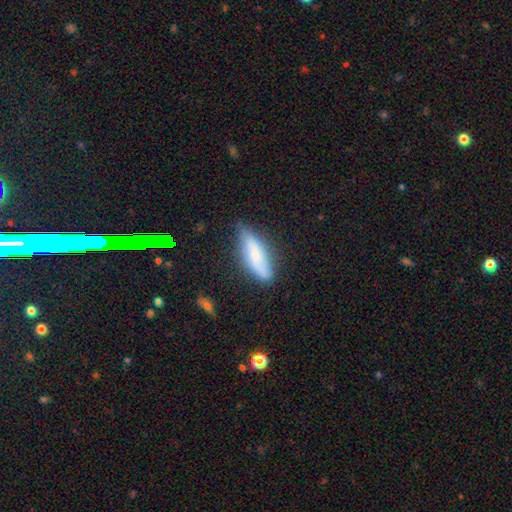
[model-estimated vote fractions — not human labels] smooth-or-featured: smooth: 62% | featured or disk: 30% | star or artifact: 8%
  how-rounded: cigar-shaped: 51% | in between: 47% | round: 2%
  merging: none: 66% | minor disturbance: 26% | major disturbance: 5% | merger: 2%